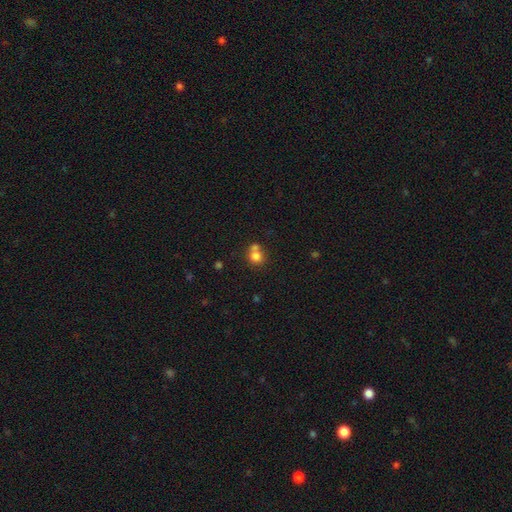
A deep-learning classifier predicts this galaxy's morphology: A smooth galaxy with no disk features (77%) that is round (82%). Merging: none (45%).